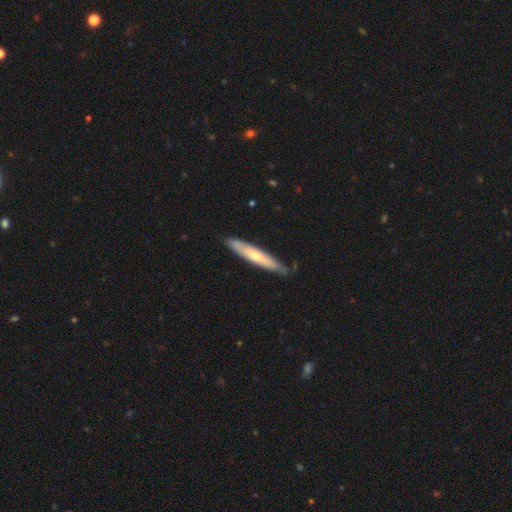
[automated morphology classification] Smooth or featured? Predicted: smooth (p=0.52). How rounded? Predicted: cigar-shaped (p=0.91). Merging? Predicted: none (p=0.80).